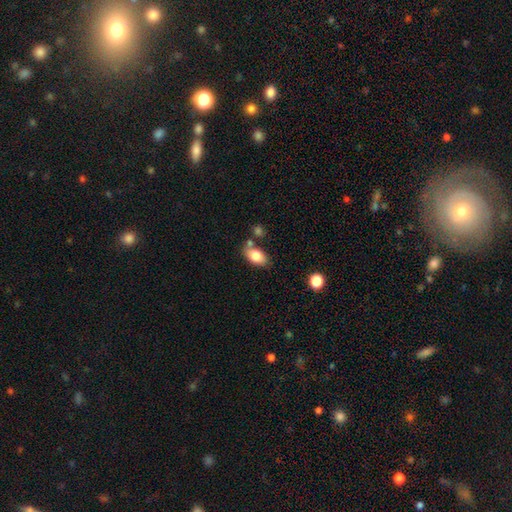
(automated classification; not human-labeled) smooth-or-featured: smooth: 81% | featured or disk: 12% | star or artifact: 8%
  how-rounded: in between: 90% | round: 8% | cigar-shaped: 2%
  merging: none: 66% | minor disturbance: 15% | merger: 15% | major disturbance: 4%